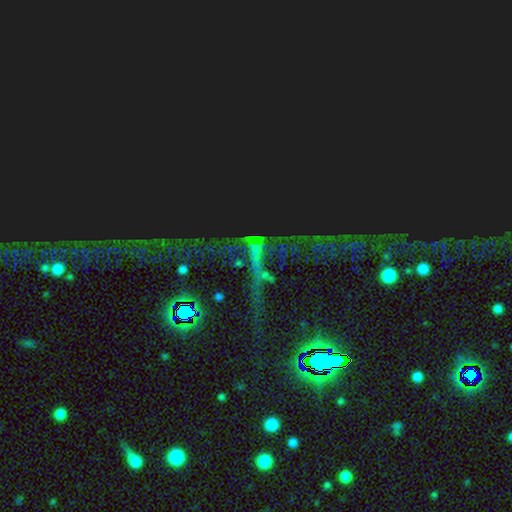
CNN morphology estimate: Smooth or featured: star or artifact — 74% (featured or disk — 14%)